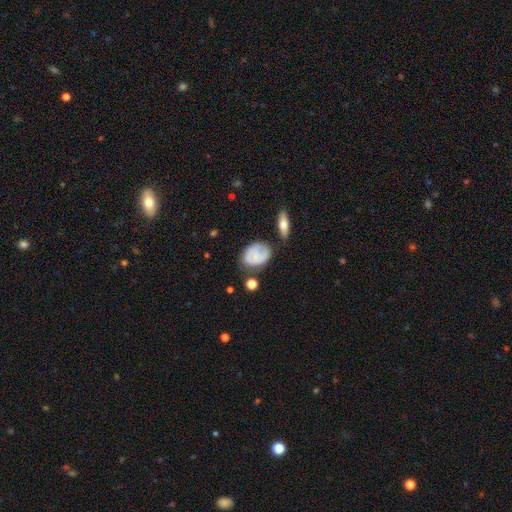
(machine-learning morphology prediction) A smooth galaxy with no disk features (56%) that is in between round and cigar-shaped (68%).

Vote fractions:
- Smooth or featured? smooth: 56% / featured or disk: 36% / star or artifact: 8%
- How rounded? in between: 68% / round: 30% / cigar-shaped: 2%
- Merging? none: 57% / minor disturbance: 27% / major disturbance: 10% / merger: 6%